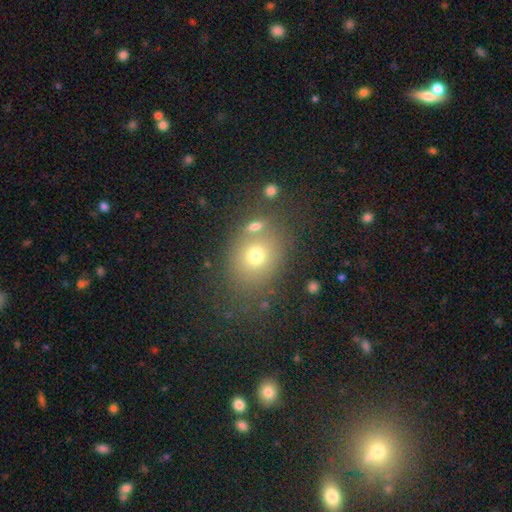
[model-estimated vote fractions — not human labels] Smooth or featured? smooth (70%)
How rounded? round (59%)
Merging? none (66%)